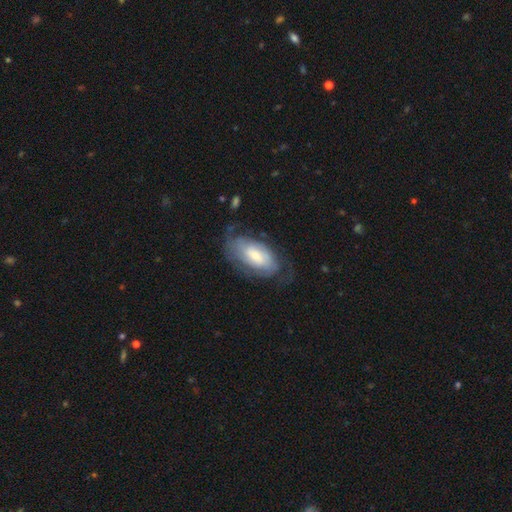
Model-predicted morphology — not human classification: Overall: featured or disk (58%; smooth 35%). Edge-on disk: no (93%). Bar: no (55%; weak 35%). Spiral arms: yes (79%). Bulge size: small (48%; moderate 37%). Merging: none (56%; minor disturbance 24%).